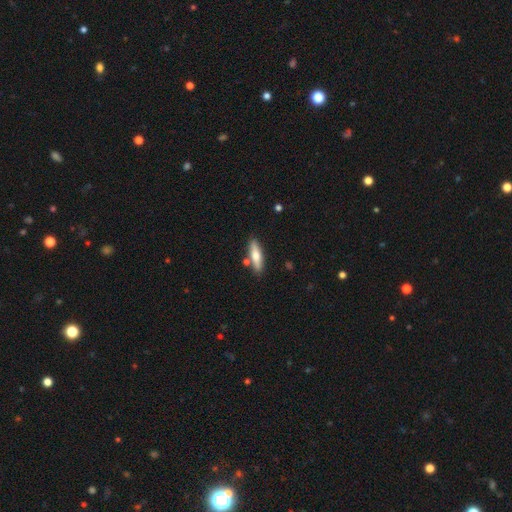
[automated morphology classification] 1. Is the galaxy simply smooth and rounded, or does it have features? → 63% smooth, 32% featured or disk, 6% star or artifact.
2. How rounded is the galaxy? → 66% cigar-shaped, 32% in between, 2% round.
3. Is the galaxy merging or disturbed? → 80% none, 11% minor disturbance, 7% merger, 2% major disturbance.